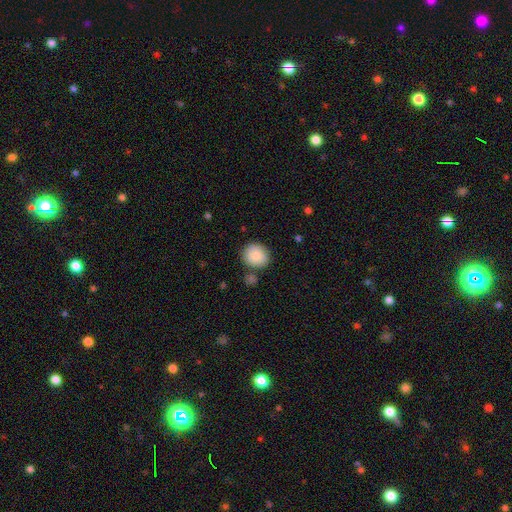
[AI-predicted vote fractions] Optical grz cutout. It shows a smooth galaxy with no disk features (87%) that is round (83%). Merging: none (77%).